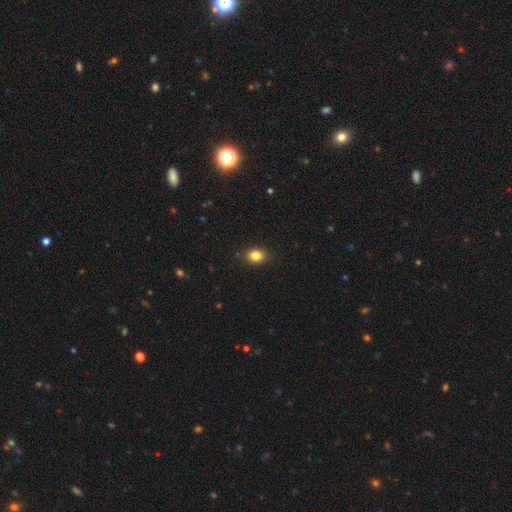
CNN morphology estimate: Q: Smooth or featured?
A: smooth (84%); runner-up: star or artifact (10%)
Q: How rounded?
A: in between (62%); runner-up: round (37%)
Q: Merging?
A: none (88%); runner-up: minor disturbance (9%)